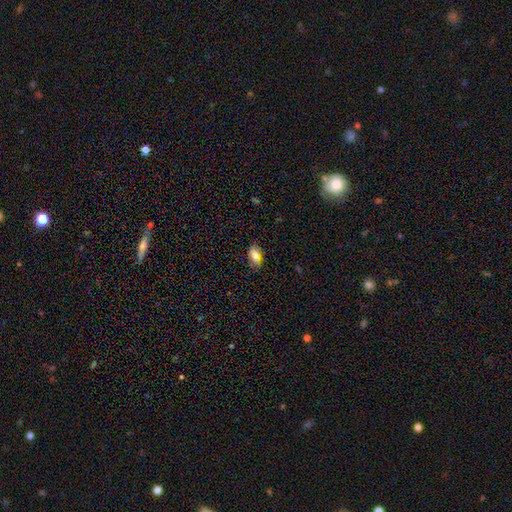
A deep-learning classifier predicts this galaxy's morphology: The model was most divided on "merging": none: 80%, minor disturbance: 16%, major disturbance: 3%, merger: 1%. More confident: how rounded — in between (90%); smooth or featured — smooth (81%).